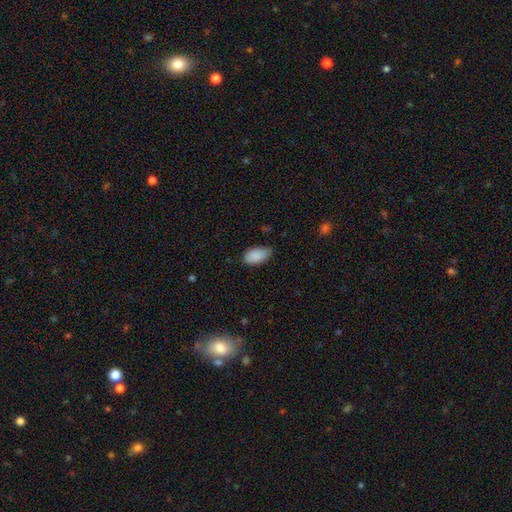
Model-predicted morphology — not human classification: smooth-or-featured: smooth: 89% | star or artifact: 7% | featured or disk: 4%
  how-rounded: in between: 94% | cigar-shaped: 3% | round: 3%
  merging: none: 68% | minor disturbance: 27% | major disturbance: 4% | merger: 1%